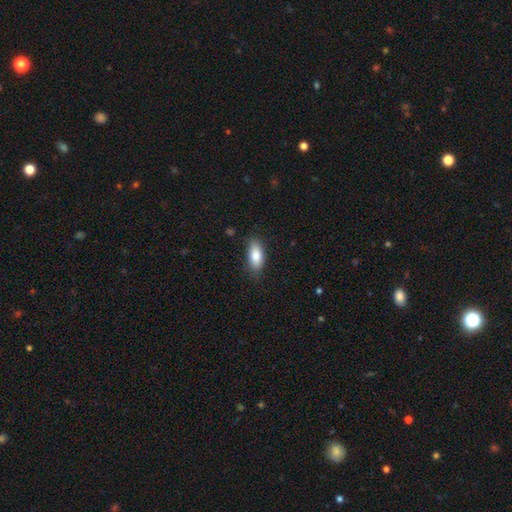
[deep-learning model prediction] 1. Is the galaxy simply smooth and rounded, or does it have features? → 82% smooth, 11% featured or disk, 7% star or artifact.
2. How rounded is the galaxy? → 85% in between, 12% cigar-shaped, 3% round.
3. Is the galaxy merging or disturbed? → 83% none, 13% minor disturbance, 3% major disturbance, 1% merger.